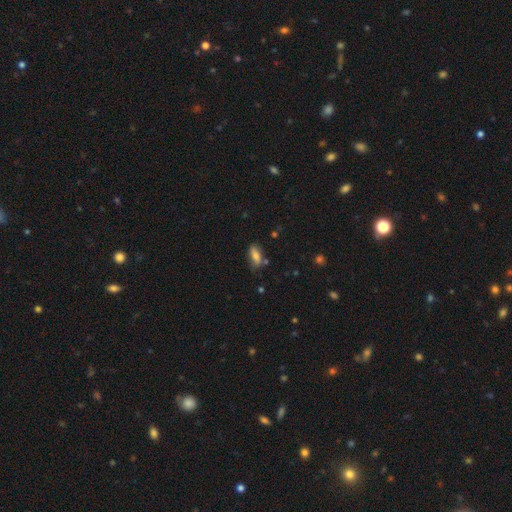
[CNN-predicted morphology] Smooth or featured?
  - smooth: 76% *
  - featured or disk: 14%
  - star or artifact: 9%
How rounded?
  - in between: 78% *
  - cigar-shaped: 18%
  - round: 4%
Merging?
  - none: 58% *
  - minor disturbance: 27%
  - major disturbance: 8%
  - merger: 7%